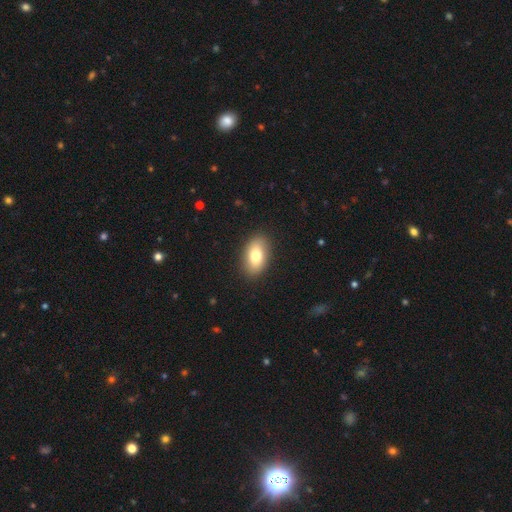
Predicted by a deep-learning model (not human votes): Smooth or featured? Predicted: smooth (p=0.77). How rounded? Predicted: in between (p=0.90). Merging? Predicted: none (p=0.88).